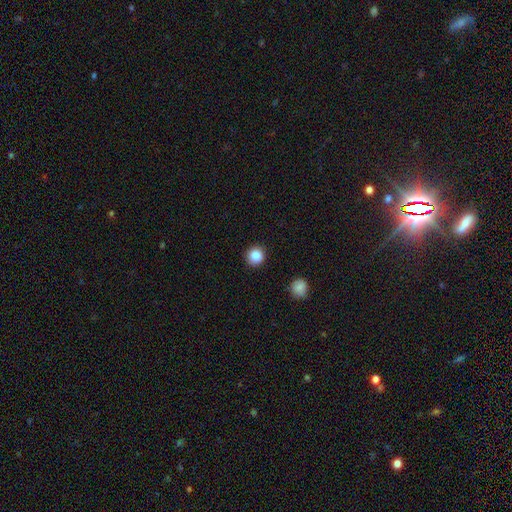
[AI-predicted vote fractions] smooth 87%, star or artifact 10%, featured or disk 3%. Down the decision tree: how rounded — round (94%); merging — none (91%).